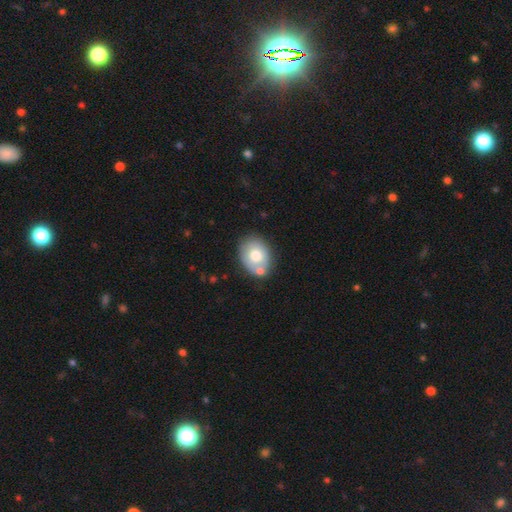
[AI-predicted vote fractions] A smooth galaxy with no disk features (69%) that is in between round and cigar-shaped (65%).

Vote fractions:
- Smooth or featured? smooth: 69% / featured or disk: 24% / star or artifact: 7%
- How rounded? in between: 65% / round: 34% / cigar-shaped: 1%
- Merging? none: 58% / merger: 20% / minor disturbance: 17% / major disturbance: 4%